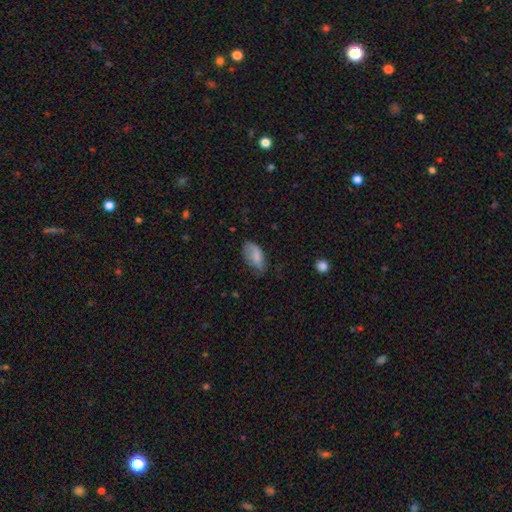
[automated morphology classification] The model was most divided on "merging": none: 46%, minor disturbance: 37%, major disturbance: 15%, merger: 2%. More confident: how rounded — in between (93%); smooth or featured — smooth (76%).